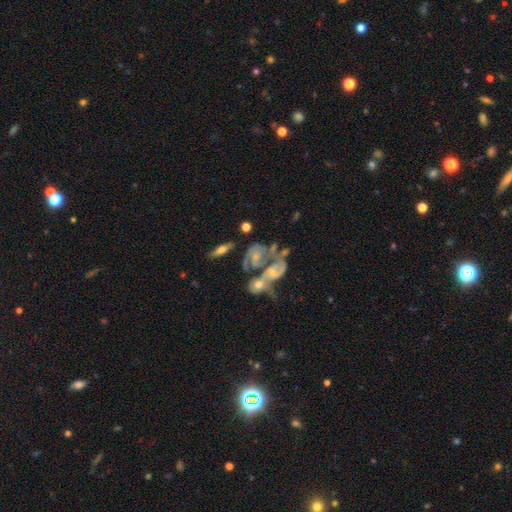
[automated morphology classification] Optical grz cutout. It shows a featured or disk galaxy (75%) with no bar (68%), 2 (49%) medium (41%) spiral arms (81%) and a small central bulge (53%). Merging: merger (65%).